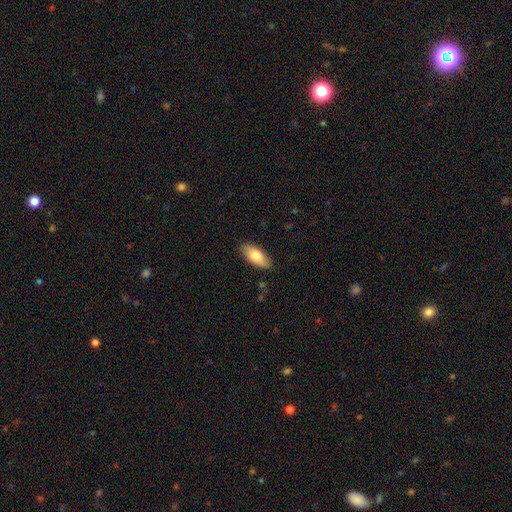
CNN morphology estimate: Smooth or featured? smooth (77%)
How rounded? in between (85%)
Merging? none (87%)